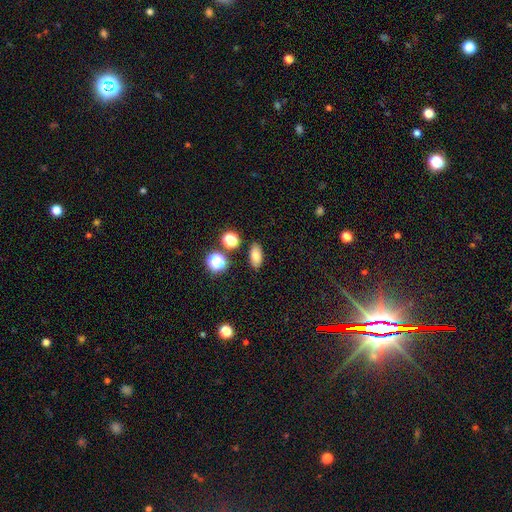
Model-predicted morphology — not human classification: Smooth or featured? Predicted: smooth (p=0.76). How rounded? Predicted: in between (p=0.86). Merging? Predicted: none (p=0.84).